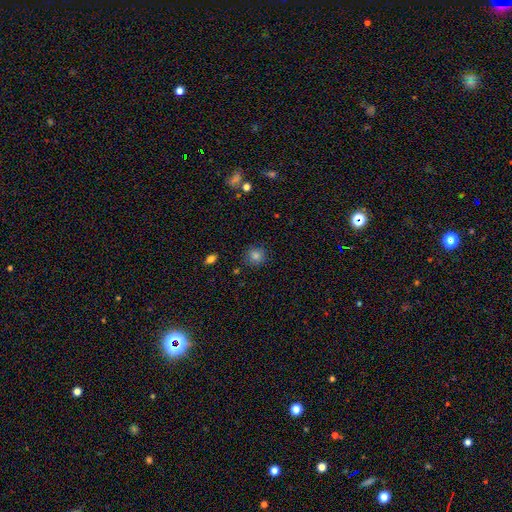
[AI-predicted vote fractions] Smooth or featured? Predicted: smooth (p=0.78). How rounded? Predicted: round (p=0.90). Merging? Predicted: none (p=0.86).